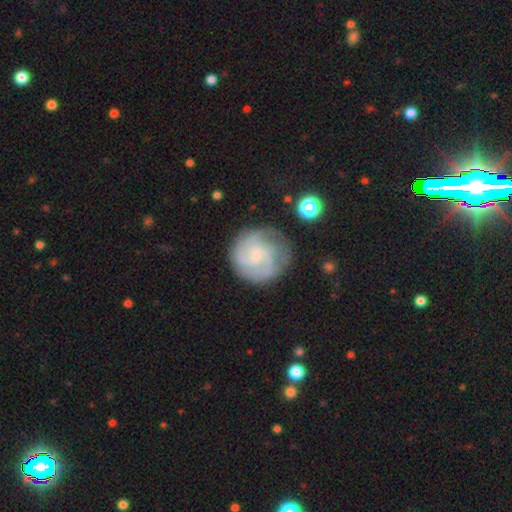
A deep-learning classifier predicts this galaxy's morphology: type=featured or disk (72%); edge-on=no (98%); bar=no (58%); spiral arms=yes (92%); winding=tight (51%); arm count=can't tell (30%); bulge=small (69%); merging=none (70%).